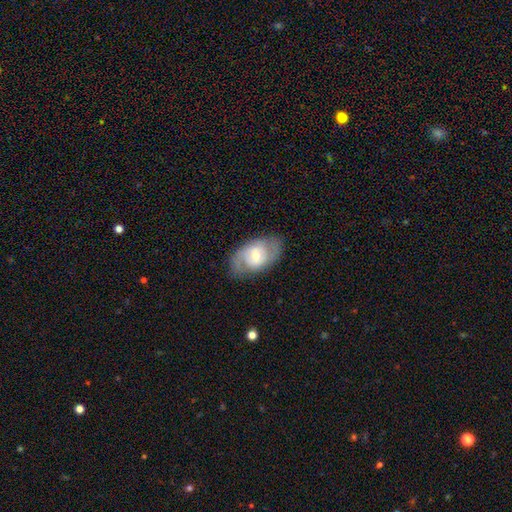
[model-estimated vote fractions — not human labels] featured or disk 58%, smooth 35%, star or artifact 6%. Down the decision tree: edge-on disk — no (92%); bar — no (61%); spiral arms — yes (63%); bulge size — moderate (58%); merging — none (75%).